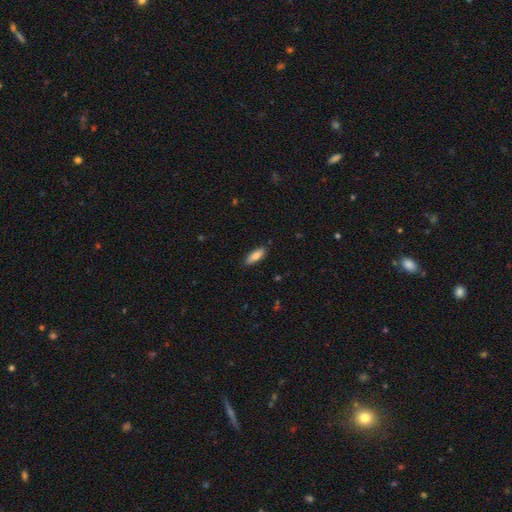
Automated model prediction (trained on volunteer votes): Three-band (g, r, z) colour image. It shows a smooth galaxy with no disk features (83%) that is in between round and cigar-shaped (69%). Merging: none (86%).